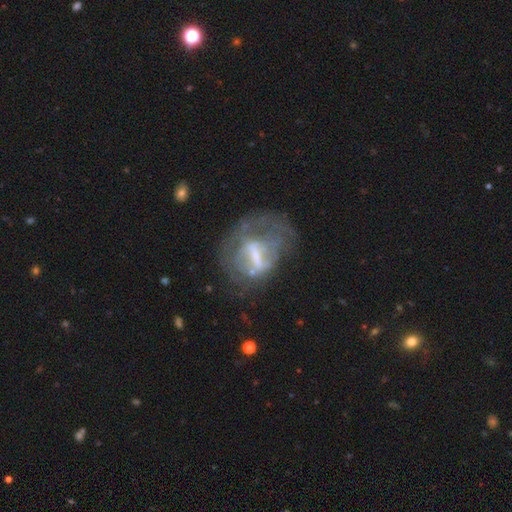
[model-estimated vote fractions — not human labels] Smooth or featured? Predicted: featured or disk (p=0.65). Edge-on disk? Predicted: no (p=0.95). Bar? Predicted: strong (p=0.41). Spiral arms? Predicted: no (p=0.67). Bulge size? Predicted: none (p=0.33). Merging? Predicted: major disturbance (p=0.38).